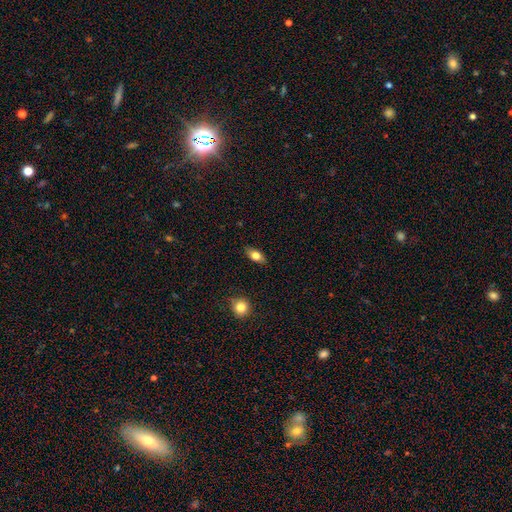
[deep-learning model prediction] smooth-or-featured: smooth: 75% | featured or disk: 17% | star or artifact: 8%
  how-rounded: in between: 84% | cigar-shaped: 9% | round: 7%
  merging: none: 86% | minor disturbance: 11% | major disturbance: 2% | merger: 1%